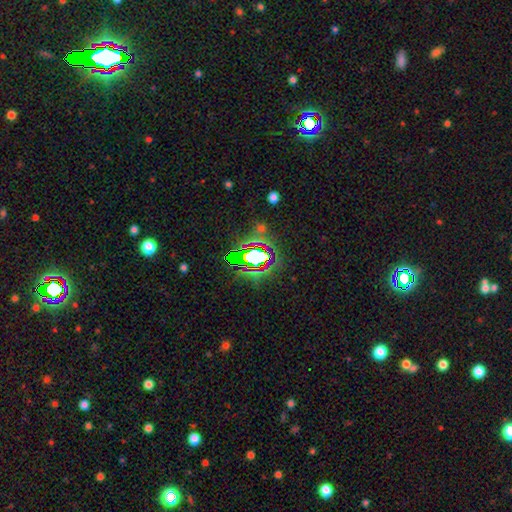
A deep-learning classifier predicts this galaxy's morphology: This is likely a star or artifact rather than a galaxy (63%).